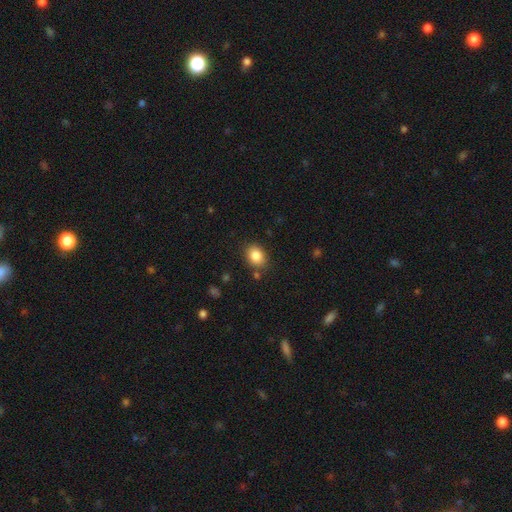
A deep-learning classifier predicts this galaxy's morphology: The model was most divided on "how rounded": in between: 61%, round: 38%, cigar-shaped: 1%. More confident: smooth or featured — smooth (85%); merging — none (83%).